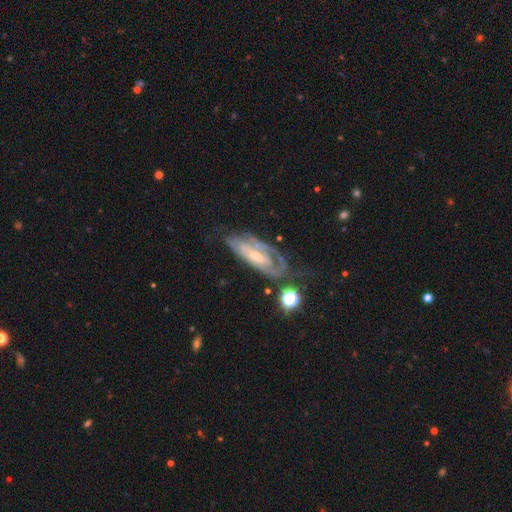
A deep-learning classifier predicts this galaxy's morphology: Q: Smooth or featured?
A: featured or disk (76%); runner-up: smooth (17%)
Q: Edge-on disk?
A: no (87%); runner-up: yes (13%)
Q: Bar?
A: no (48%); runner-up: weak (36%)
Q: Spiral arms?
A: yes (82%); runner-up: no (18%)
Q: Spiral winding?
A: tight (59%); runner-up: medium (31%)
Q: Spiral arm count?
A: can't tell (46%); runner-up: 2 (29%)
Q: Bulge size?
A: small (48%); runner-up: moderate (39%)
Q: Merging?
A: none (47%); runner-up: minor disturbance (25%)